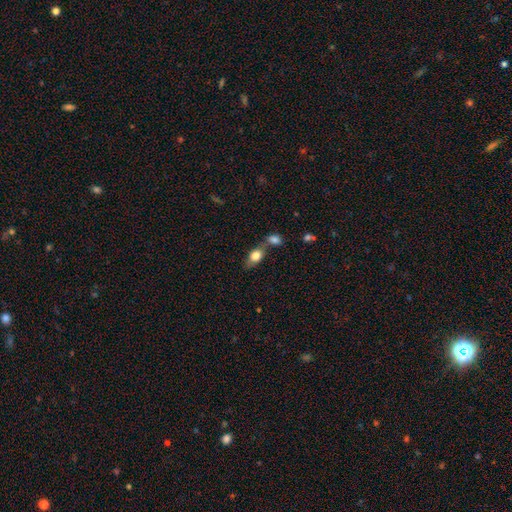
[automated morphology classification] A smooth galaxy with no disk features (78%) that is in between round and cigar-shaped (81%). Merging: none (47%).